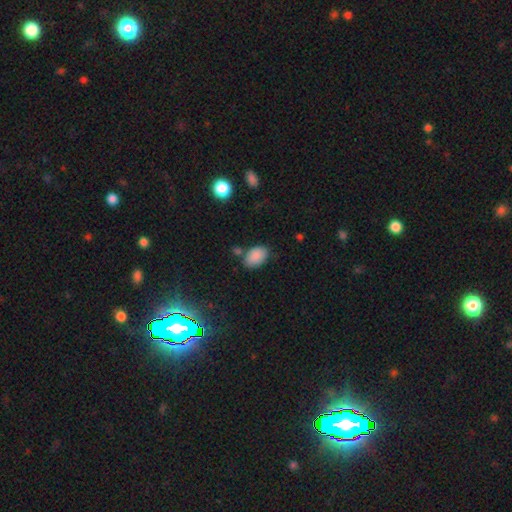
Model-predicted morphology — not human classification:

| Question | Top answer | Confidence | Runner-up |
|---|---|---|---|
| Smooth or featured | smooth | 87% | star or artifact (9%) |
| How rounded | in between | 90% | round (9%) |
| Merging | none | 70% | minor disturbance (18%) |